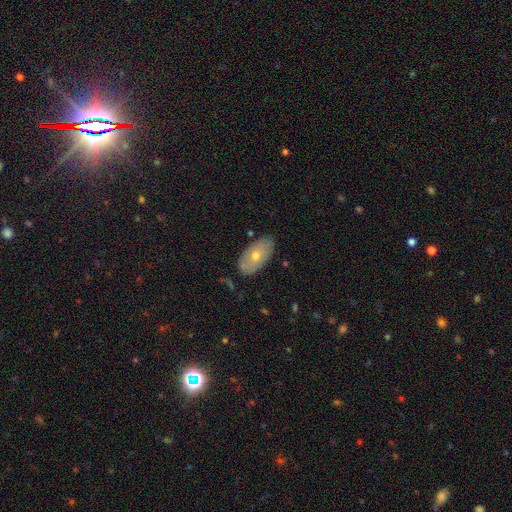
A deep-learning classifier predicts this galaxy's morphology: smooth_or_featured: smooth (p=0.56) [alt: featured or disk p=0.37]
how_rounded: in between (p=0.92) [alt: round p=0.04]
merging: none (p=0.81) [alt: minor disturbance p=0.15]